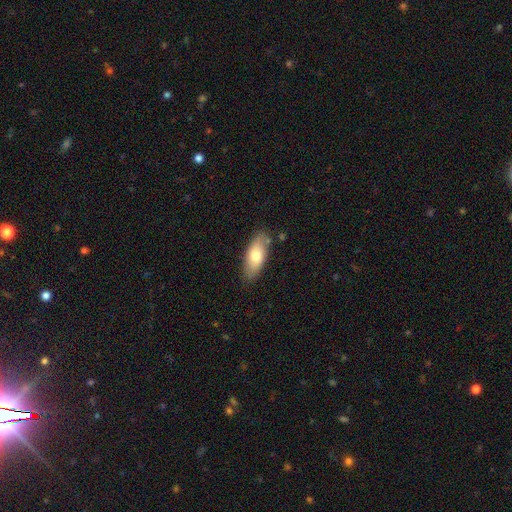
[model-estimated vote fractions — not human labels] Smooth or featured? smooth (71%)
How rounded? in between (85%)
Merging? none (79%)